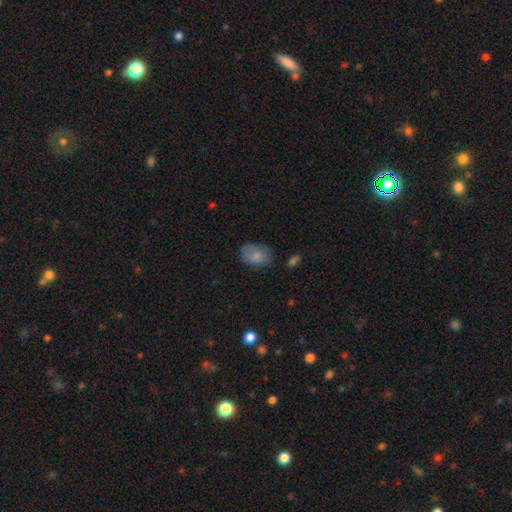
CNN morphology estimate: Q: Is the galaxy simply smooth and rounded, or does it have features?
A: smooth — 80%.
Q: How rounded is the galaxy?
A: in between — 78%.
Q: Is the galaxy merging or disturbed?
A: none — 62%.